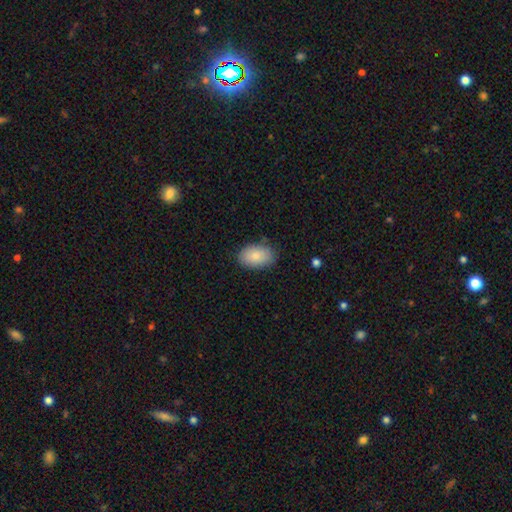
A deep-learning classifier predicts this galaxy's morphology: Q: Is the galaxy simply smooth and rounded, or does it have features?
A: smooth — 84%.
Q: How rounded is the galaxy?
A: in between — 90%.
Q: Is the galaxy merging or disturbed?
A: none — 82%.